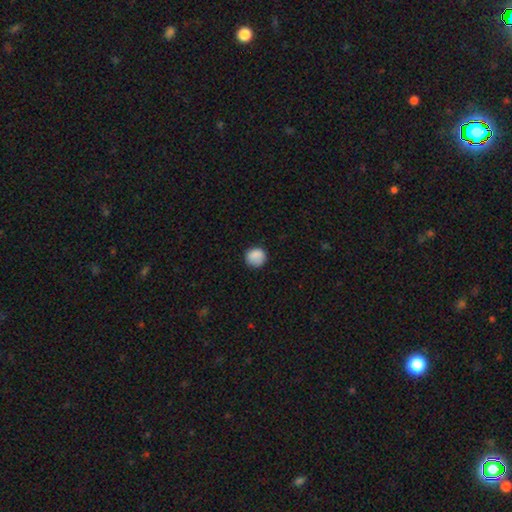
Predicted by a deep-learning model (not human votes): smooth-or-featured: smooth: 86% | star or artifact: 8% | featured or disk: 6%
  how-rounded: round: 88% | in between: 11% | cigar-shaped: 1%
  merging: none: 81% | minor disturbance: 14% | major disturbance: 3% | merger: 1%